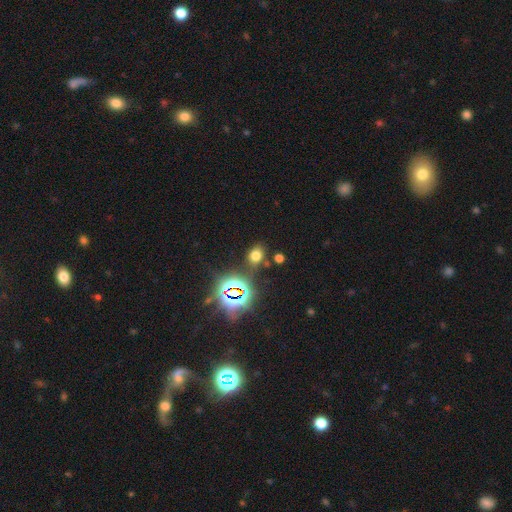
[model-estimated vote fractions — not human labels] Q: Smooth or featured?
A: smooth (60%); runner-up: star or artifact (32%)
Q: How rounded?
A: in between (55%); runner-up: round (44%)
Q: Merging?
A: none (77%); runner-up: minor disturbance (12%)